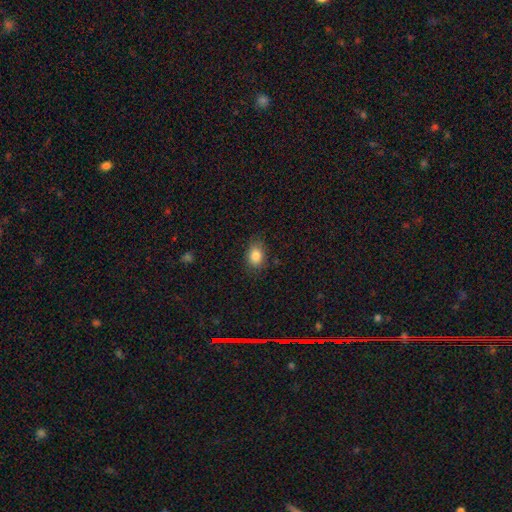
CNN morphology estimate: This appears to be a smooth galaxy with no disk features (85%) that is in between round and cigar-shaped (70%). Merging: none (78%).